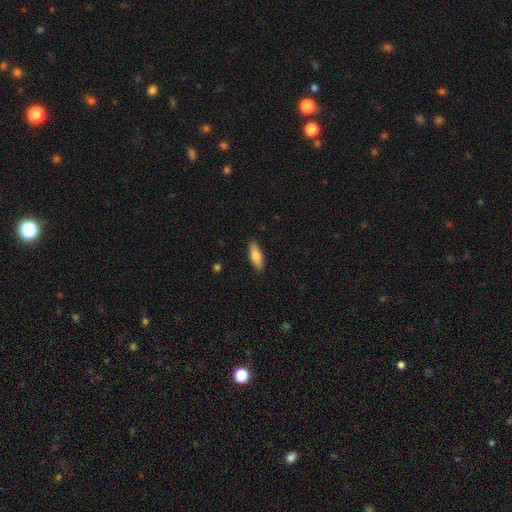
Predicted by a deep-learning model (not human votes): Smooth or featured: smooth — 78% (featured or disk — 16%)
How rounded: in between — 67% (cigar-shaped — 31%)
Merging: none — 88% (minor disturbance — 9%)